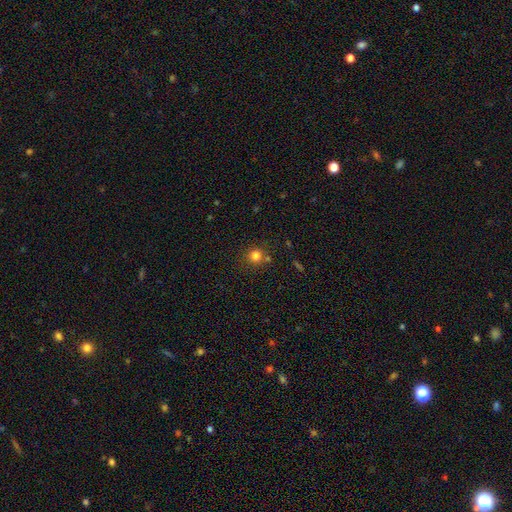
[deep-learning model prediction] Overall: smooth (79%). How rounded: round (91%). Merging: none (74%).